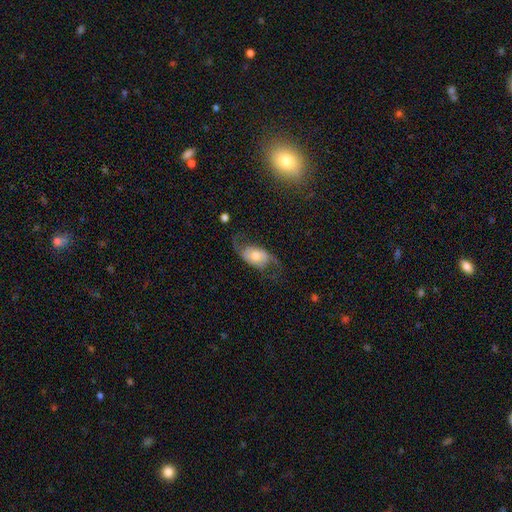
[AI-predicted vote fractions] The model was most divided on "bar": no: 64%, weak: 28%, strong: 8%. More confident: edge-on disk — no (95%); spiral arm count — 2 (91%); spiral arms — yes (90%); spiral winding — loose (72%); smooth or featured — featured or disk (71%); bulge size — moderate (63%); merging — none (61%).